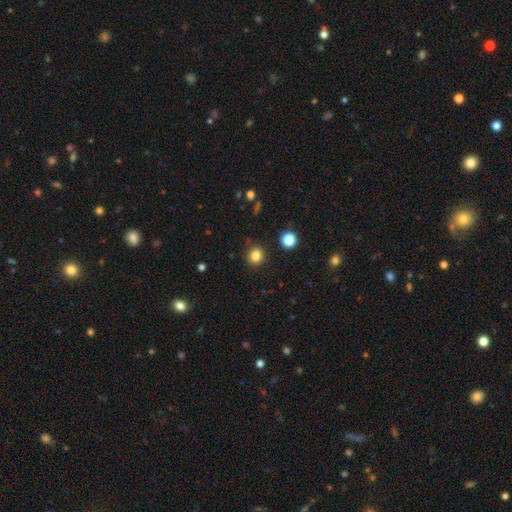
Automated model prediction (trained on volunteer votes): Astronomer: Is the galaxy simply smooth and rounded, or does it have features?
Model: smooth — 83%.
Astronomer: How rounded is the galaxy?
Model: round — 89%.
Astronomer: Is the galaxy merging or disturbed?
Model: none — 89%.